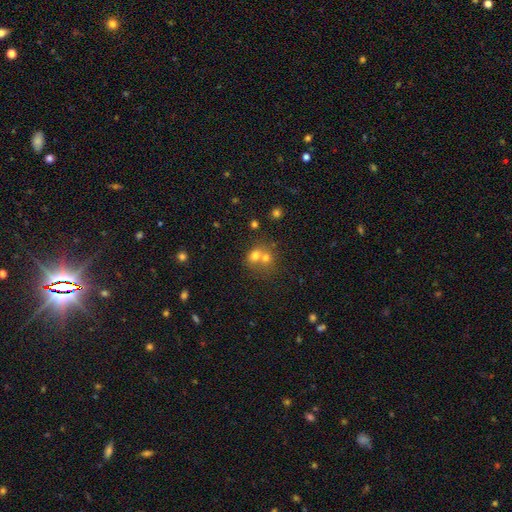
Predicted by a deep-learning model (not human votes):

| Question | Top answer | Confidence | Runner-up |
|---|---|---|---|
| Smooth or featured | smooth | 68% | featured or disk (17%) |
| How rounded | round | 64% | in between (35%) |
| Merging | merger | 59% | none (31%) |